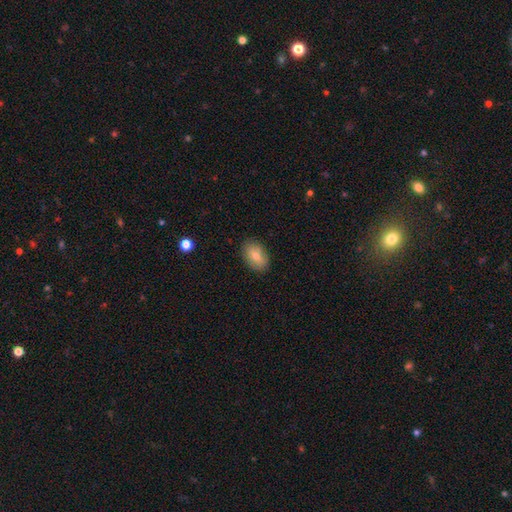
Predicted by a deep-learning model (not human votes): This appears to be a smooth galaxy with no disk features (73%) that is in between round and cigar-shaped (88%). Merging: none (87%).